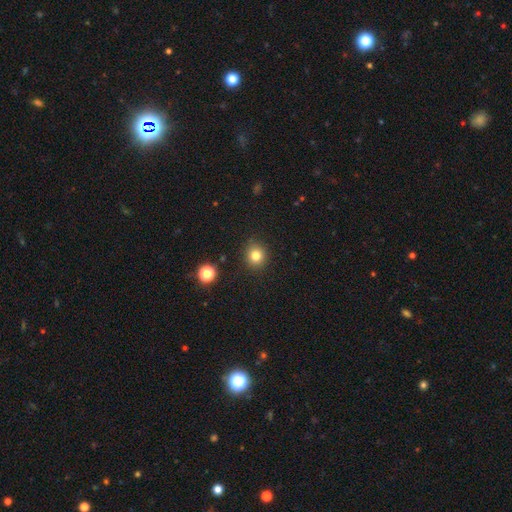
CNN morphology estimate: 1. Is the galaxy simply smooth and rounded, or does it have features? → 81% smooth, 13% star or artifact, 7% featured or disk.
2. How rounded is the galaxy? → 86% round, 13% in between, 1% cigar-shaped.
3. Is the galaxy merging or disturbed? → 89% none, 7% minor disturbance, 2% major disturbance, 2% merger.